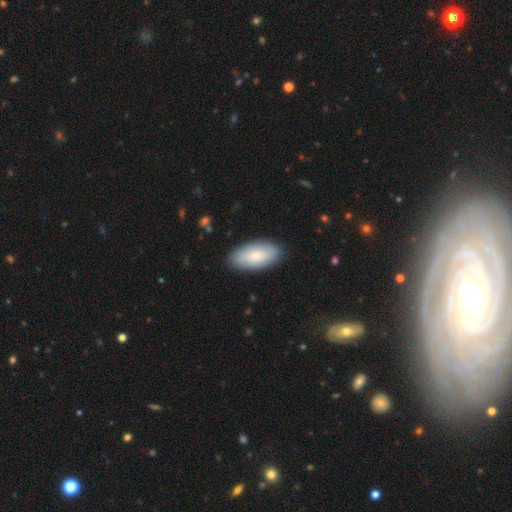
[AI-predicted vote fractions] Overall: smooth (78%). How rounded: in between (93%). Merging: none (87%).